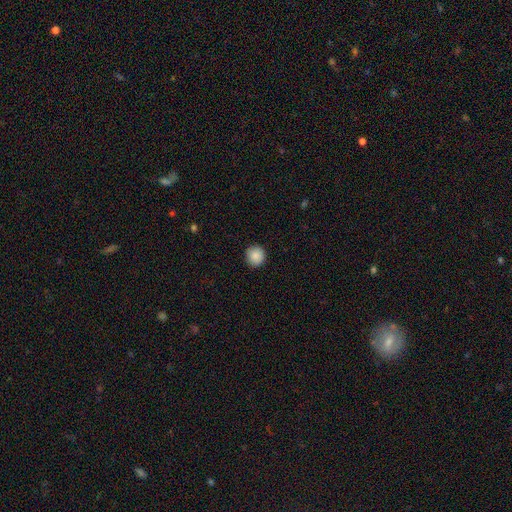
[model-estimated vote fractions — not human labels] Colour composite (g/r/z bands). It shows a smooth galaxy with no disk features (88%) that is round (93%). Merging: none (91%).